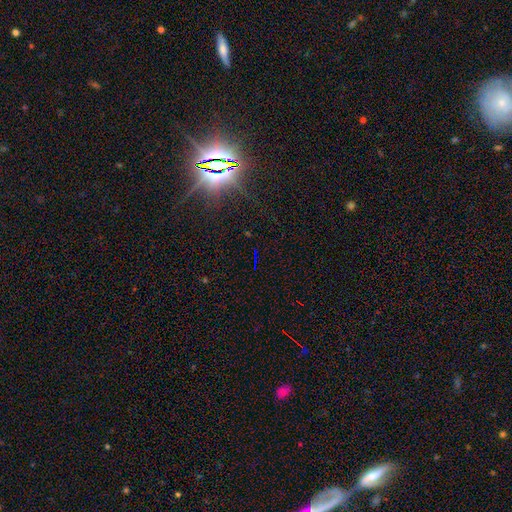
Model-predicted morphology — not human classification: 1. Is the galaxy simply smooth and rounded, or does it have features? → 74% star or artifact, 17% smooth, 10% featured or disk.